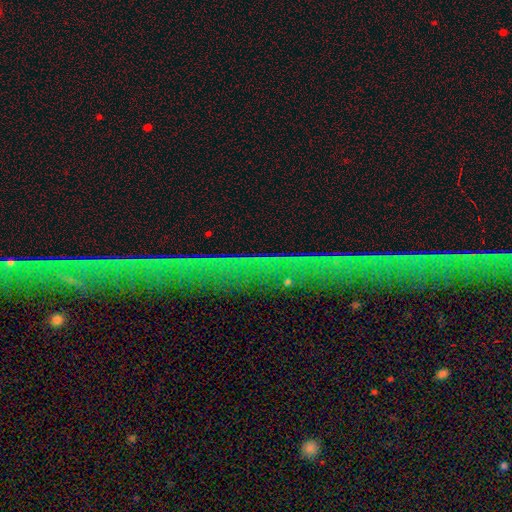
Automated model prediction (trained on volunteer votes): A star or artifact, not a galaxy (74%).